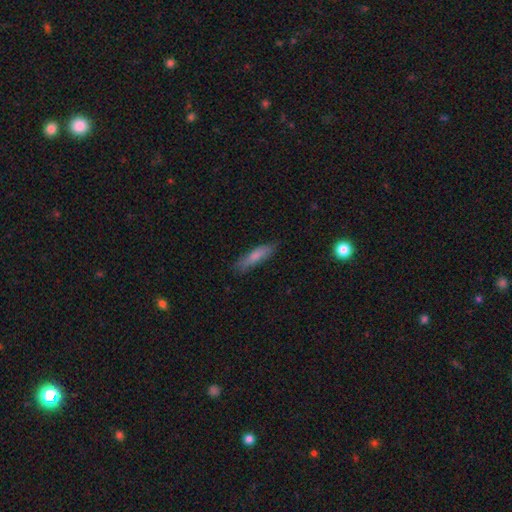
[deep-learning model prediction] smooth 77%, featured or disk 17%, star or artifact 6%. Down the decision tree: how rounded — cigar-shaped (73%); merging — none (79%).